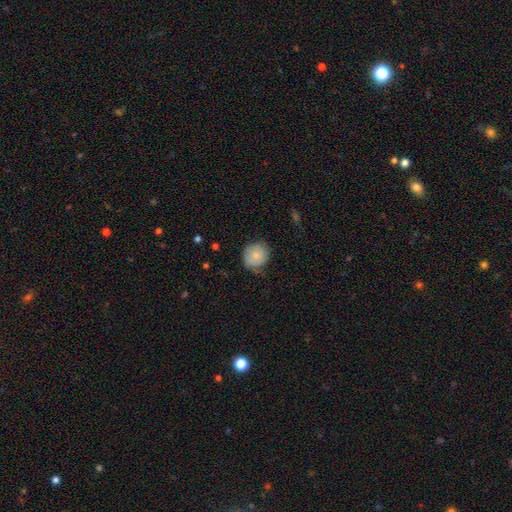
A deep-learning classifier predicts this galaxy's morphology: smooth 78%, featured or disk 15%, star or artifact 7%. Down the decision tree: how rounded — round (84%); merging — none (69%).